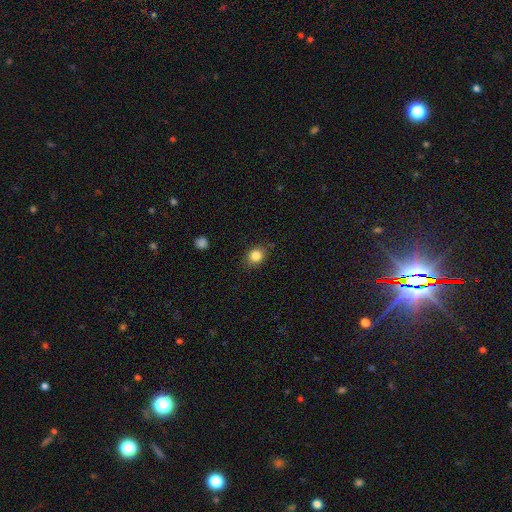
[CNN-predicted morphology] A smooth galaxy with no disk features (84%) that is round (59%).

Vote fractions:
- Smooth or featured? smooth: 84% / star or artifact: 10% / featured or disk: 6%
- How rounded? round: 59% / in between: 40% / cigar-shaped: 1%
- Merging? none: 82% / minor disturbance: 13% / major disturbance: 3% / merger: 2%